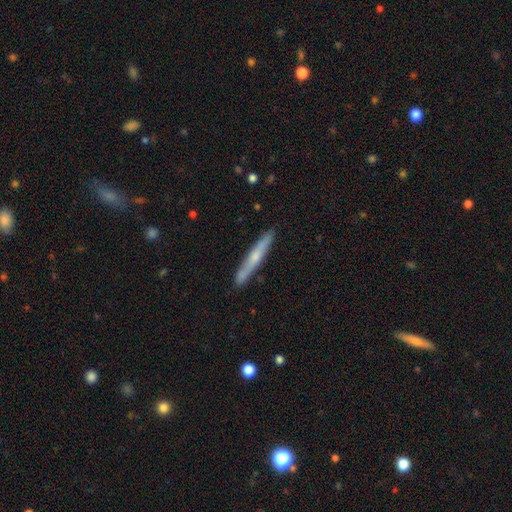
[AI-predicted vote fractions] smooth-or-featured: smooth: 47% (tied) | featured or disk: 47% (tied) | star or artifact: 6%
  merging: none: 87% | minor disturbance: 10% | merger: 2% | major disturbance: 2%